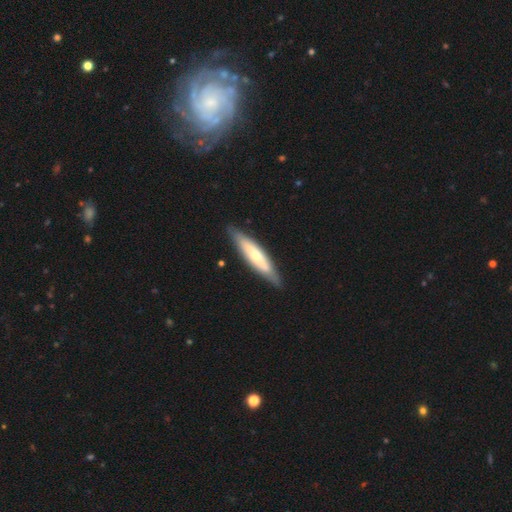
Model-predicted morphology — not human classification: Smooth or featured: featured or disk — 49% (smooth — 47%)
Merging: none — 85% (minor disturbance — 12%)